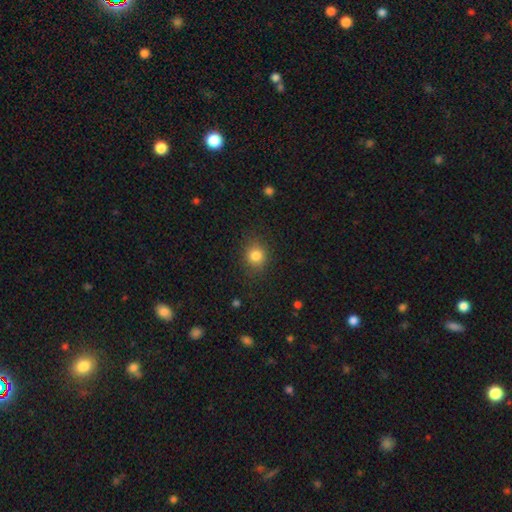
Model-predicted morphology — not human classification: type=smooth (83%); roundness=round (76%); merging=none (84%).